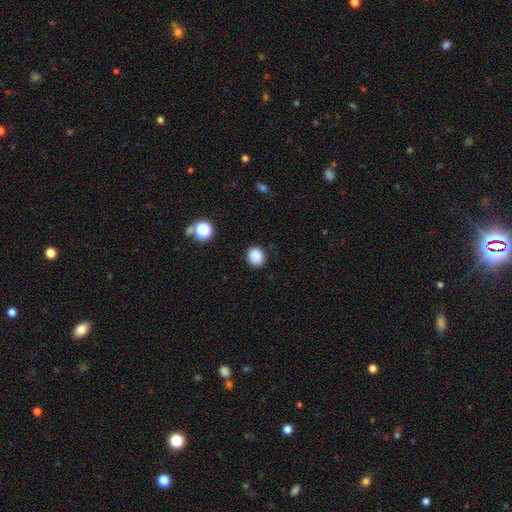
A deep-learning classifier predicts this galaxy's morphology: A smooth galaxy with no disk features (87%) that is round (74%). Merging: none (88%).